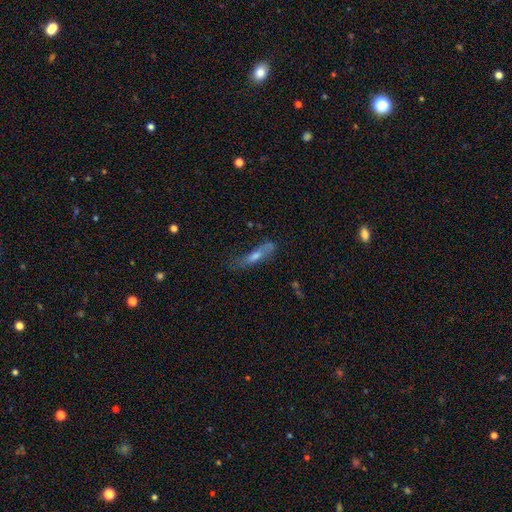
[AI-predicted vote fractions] This is possibly a smooth galaxy (48%). Merging: possibly none (52%).